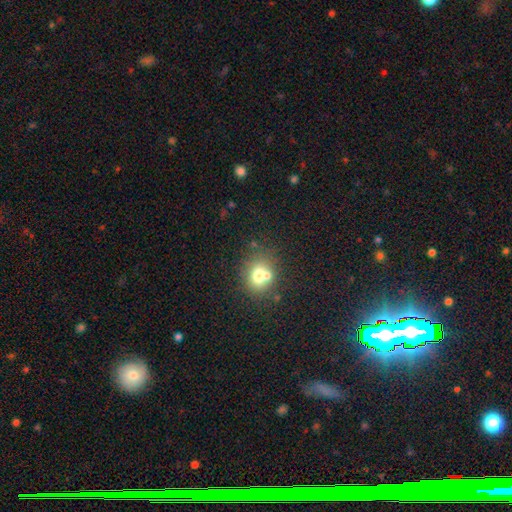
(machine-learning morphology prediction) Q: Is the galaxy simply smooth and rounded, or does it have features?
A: smooth — 46%.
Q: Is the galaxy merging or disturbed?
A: none — 86%.